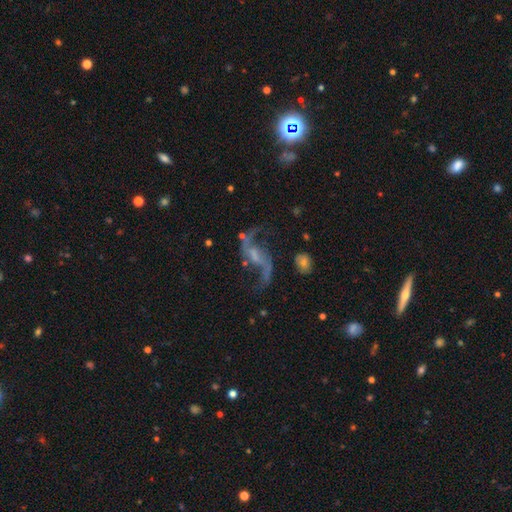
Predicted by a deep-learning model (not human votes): Overall: featured or disk (85%). Edge-on disk: no (96%). Bar: weak (43%; no 31%). Spiral arms: yes (94%). Spiral arm count: 2 (92%). Spiral winding: loose (85%). Bulge size: none (39%, tied with small). Merging: none (63%).